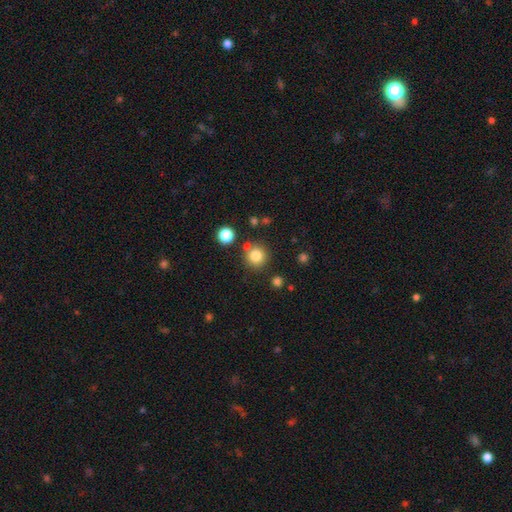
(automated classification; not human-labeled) Smooth or featured? Predicted: smooth (p=0.81). How rounded? Predicted: round (p=0.94). Merging? Predicted: none (p=0.80).